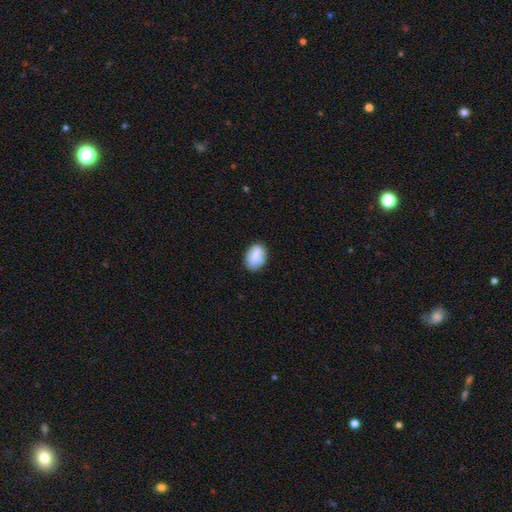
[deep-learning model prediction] Smooth or featured? Predicted: smooth (p=0.77). How rounded? Predicted: in between (p=0.82). Merging? Predicted: none (p=0.71).